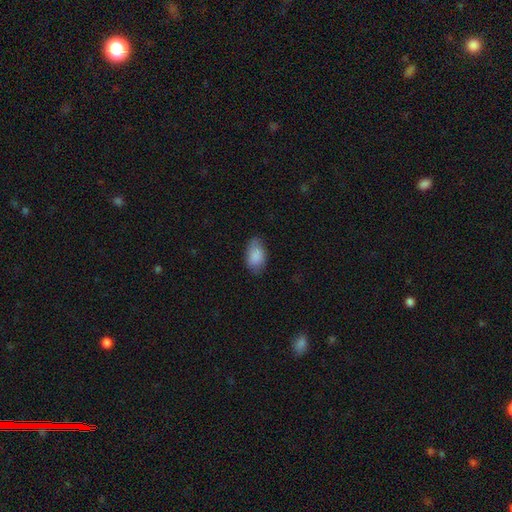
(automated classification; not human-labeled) Smooth or featured? Predicted: smooth (p=0.86). How rounded? Predicted: in between (p=0.91). Merging? Predicted: none (p=0.69).